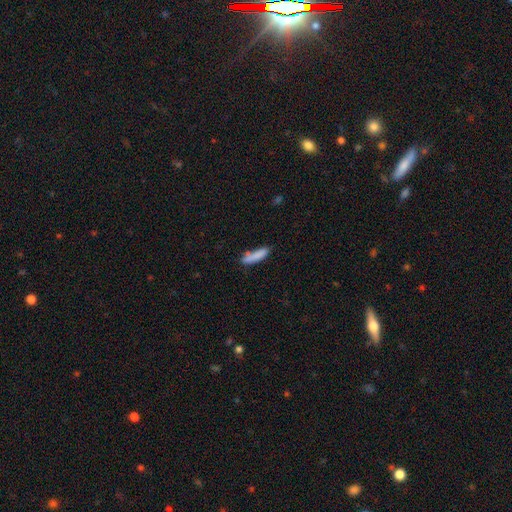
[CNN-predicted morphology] Overall: smooth (83%). How rounded: cigar-shaped (75%). Merging: none (67%).